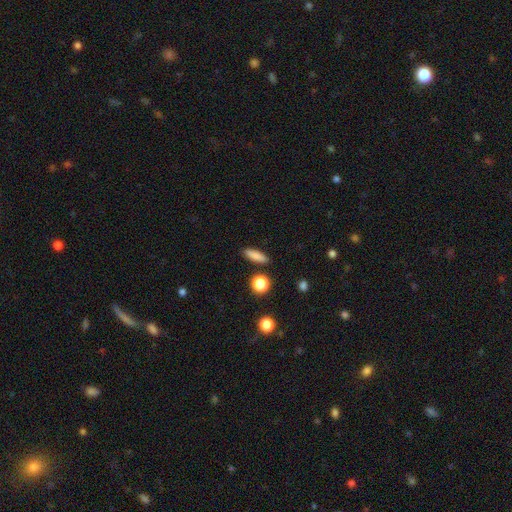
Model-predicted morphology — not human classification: Smooth or featured? Predicted: smooth (p=0.83). How rounded? Predicted: cigar-shaped (p=0.60). Merging? Predicted: none (p=0.88).